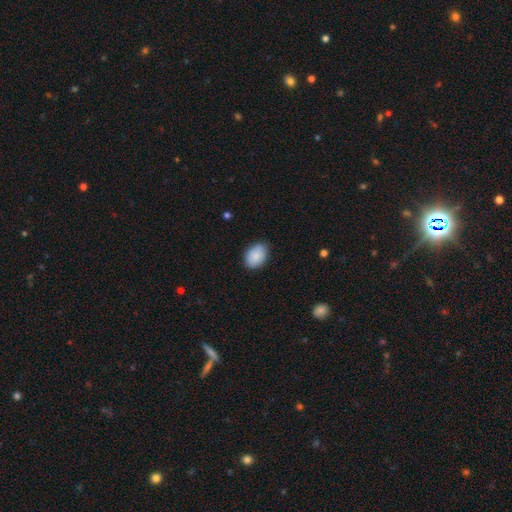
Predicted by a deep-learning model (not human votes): Smooth or featured? Predicted: smooth (p=0.88). How rounded? Predicted: in between (p=0.80). Merging? Predicted: none (p=0.82).